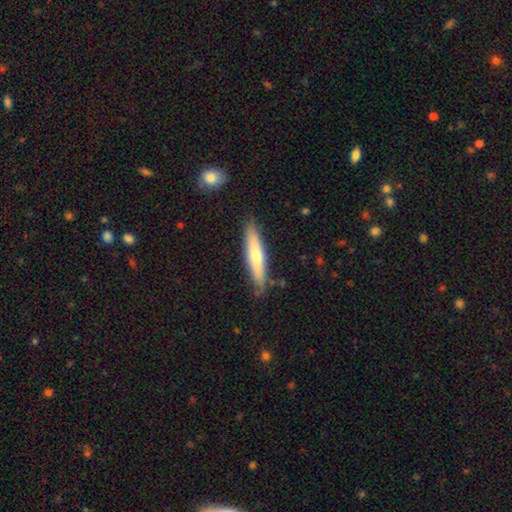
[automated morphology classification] This is possibly a smooth galaxy (57%). How rounded: clearly cigar-shaped (86%). Merging: clearly none (84%).